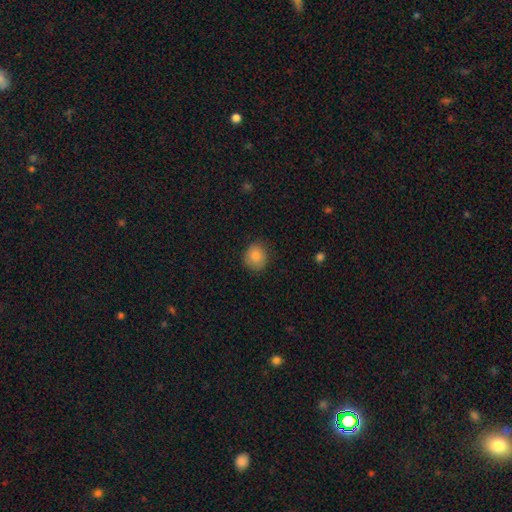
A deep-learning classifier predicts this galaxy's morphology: Smooth or featured?
  - smooth: 84% *
  - star or artifact: 9%
  - featured or disk: 7%
How rounded?
  - round: 77% *
  - in between: 23%
  - cigar-shaped: 1%
Merging?
  - none: 81% *
  - minor disturbance: 15%
  - major disturbance: 3%
  - merger: 1%